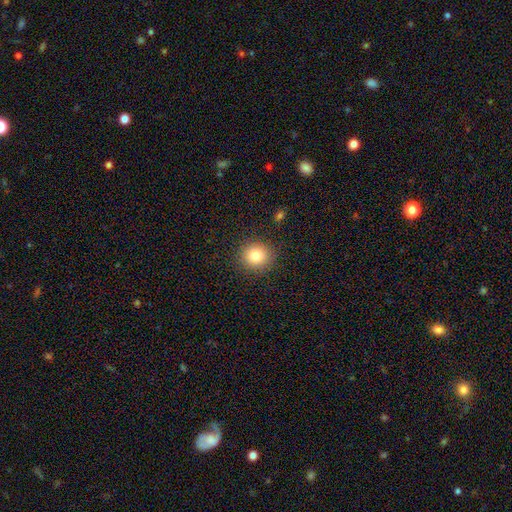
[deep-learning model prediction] smooth 80%, star or artifact 11%, featured or disk 8%. Down the decision tree: how rounded — round (90%); merging — none (90%).